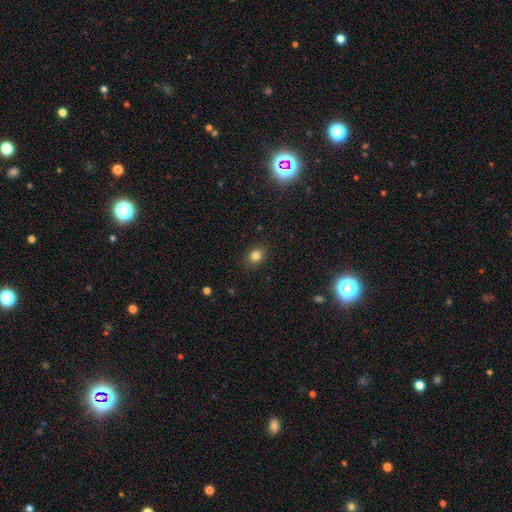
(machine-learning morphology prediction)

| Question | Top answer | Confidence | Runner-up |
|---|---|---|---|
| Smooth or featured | smooth | 82% | star or artifact (12%) |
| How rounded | round | 62% | in between (37%) |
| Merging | none | 88% | minor disturbance (9%) |